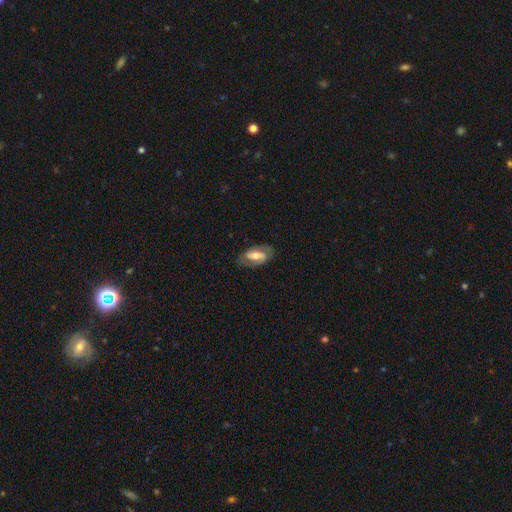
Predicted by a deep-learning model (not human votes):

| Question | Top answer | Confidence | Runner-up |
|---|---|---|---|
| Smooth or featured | featured or disk | 68% | smooth (26%) |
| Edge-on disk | no | 91% | yes (9%) |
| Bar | strong | 48% | weak (34%) |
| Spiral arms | yes | 77% | no (23%) |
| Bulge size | moderate | 65% | small (20%) |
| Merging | none | 80% | minor disturbance (14%) |